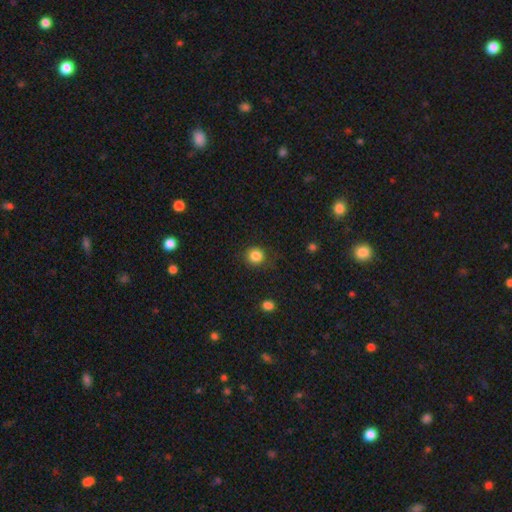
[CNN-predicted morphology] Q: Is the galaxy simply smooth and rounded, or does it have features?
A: smooth — 85%.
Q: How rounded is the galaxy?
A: round — 91%.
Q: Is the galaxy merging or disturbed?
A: none — 85%.